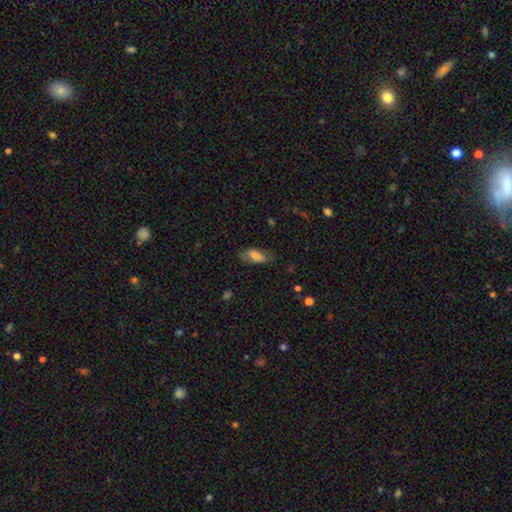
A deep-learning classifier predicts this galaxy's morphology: Smooth or featured? Predicted: smooth (p=0.66). How rounded? Predicted: in between (p=0.85). Merging? Predicted: none (p=0.68).